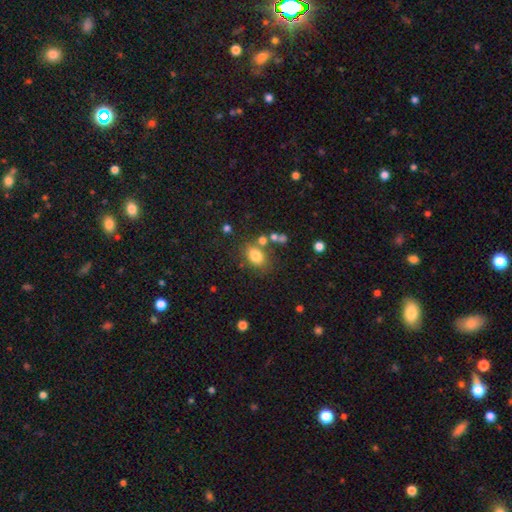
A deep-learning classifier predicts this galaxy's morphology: type=smooth (79%); roundness=in between (67%); merging=none (67%).